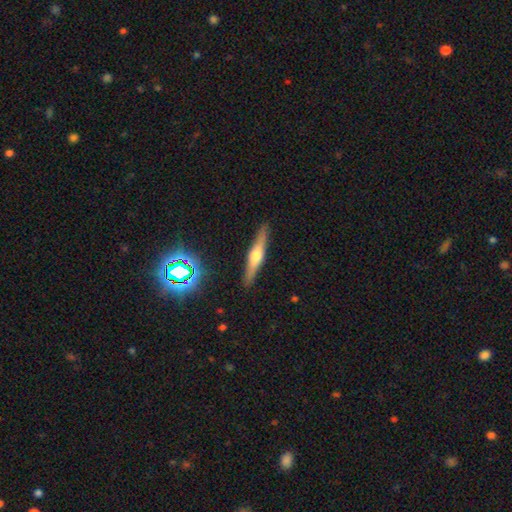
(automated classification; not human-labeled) Q: Smooth or featured?
A: featured or disk (67%); runner-up: smooth (26%)
Q: Edge-on disk?
A: yes (96%); runner-up: no (4%)
Q: Edge-on bulge?
A: rounded (92%); runner-up: boxy (4%)
Q: Merging?
A: none (90%); runner-up: minor disturbance (7%)